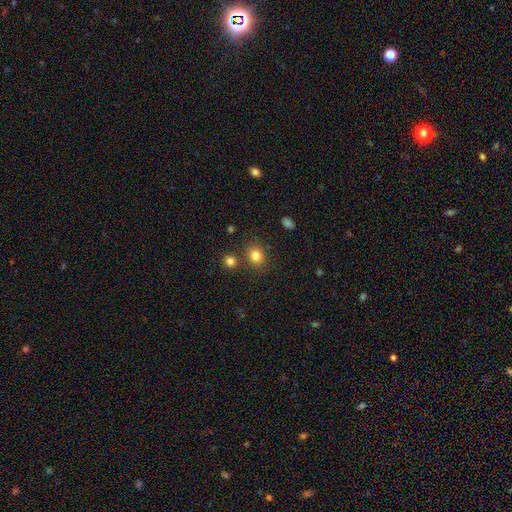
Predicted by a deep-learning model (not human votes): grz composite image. It shows a smooth galaxy with no disk features (82%) that is round (67%). Merging: none (78%).